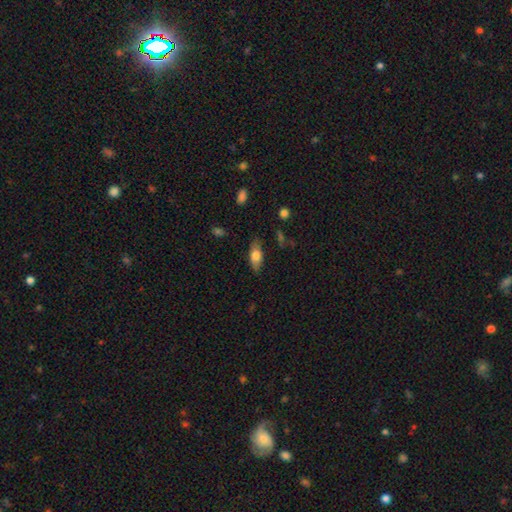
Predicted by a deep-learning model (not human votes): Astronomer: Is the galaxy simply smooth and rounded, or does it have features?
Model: smooth — 69%.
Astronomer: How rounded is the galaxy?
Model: in between — 80%.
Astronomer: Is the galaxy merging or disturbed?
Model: none — 79%.